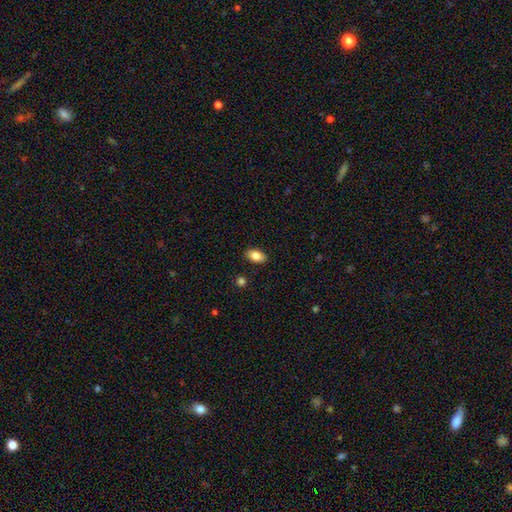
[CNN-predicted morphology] smooth_or_featured: smooth (p=0.83) [alt: featured or disk p=0.09]
how_rounded: in between (p=0.91) [alt: round p=0.06]
merging: none (p=0.88) [alt: minor disturbance p=0.08]